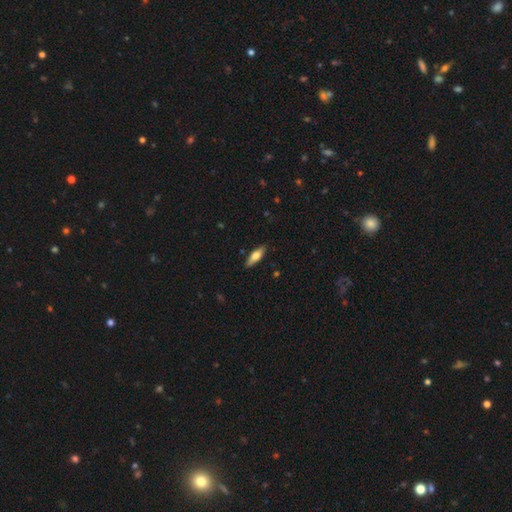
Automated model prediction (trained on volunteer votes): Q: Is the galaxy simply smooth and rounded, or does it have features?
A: smooth — 62%.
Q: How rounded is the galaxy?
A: in between — 50%.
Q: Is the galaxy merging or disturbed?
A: none — 86%.